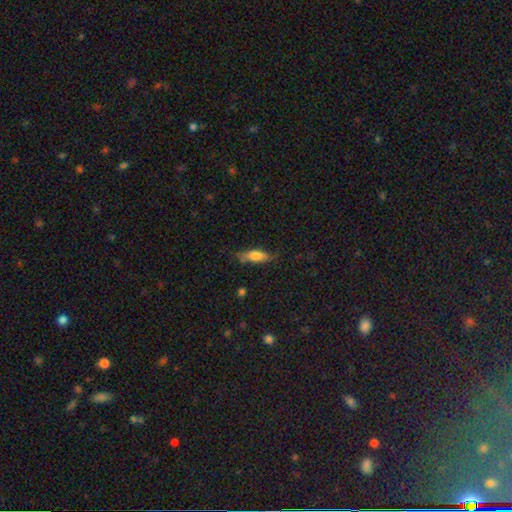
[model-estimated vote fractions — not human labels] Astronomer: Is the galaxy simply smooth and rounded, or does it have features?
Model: smooth — 67%.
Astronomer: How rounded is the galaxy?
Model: in between — 55% (runner-up: cigar-shaped, 43%).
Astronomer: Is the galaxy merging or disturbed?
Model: none — 71%.